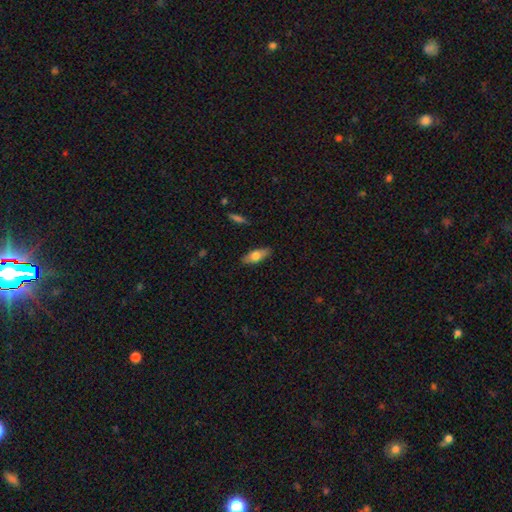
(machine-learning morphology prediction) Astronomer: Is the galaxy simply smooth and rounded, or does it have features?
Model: smooth — 66%.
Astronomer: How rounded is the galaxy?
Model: in between — 69%.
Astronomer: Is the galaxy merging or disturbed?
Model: none — 87%.